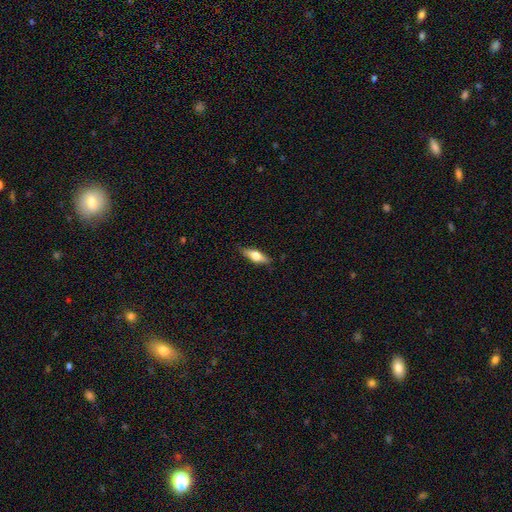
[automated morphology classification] This appears to be a smooth galaxy with no disk features (49%). Merging: none (85%).